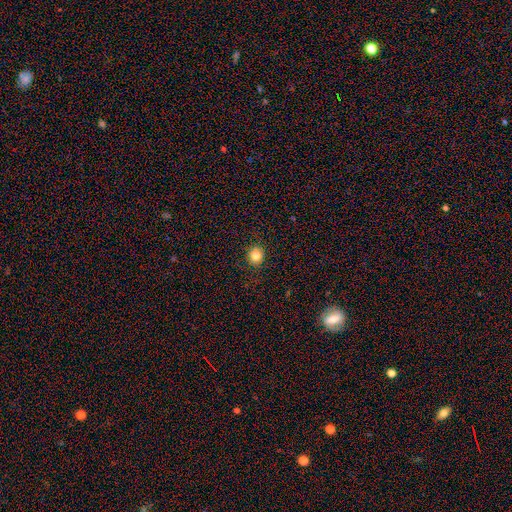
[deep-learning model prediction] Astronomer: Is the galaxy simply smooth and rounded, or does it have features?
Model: smooth — 83%.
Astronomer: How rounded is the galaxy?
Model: round — 86%.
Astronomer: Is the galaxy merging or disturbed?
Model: none — 91%.